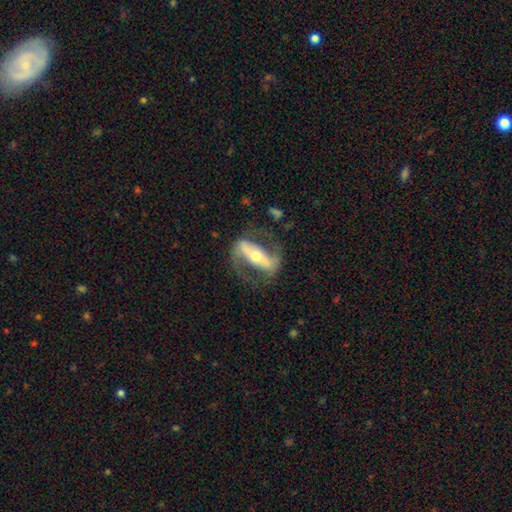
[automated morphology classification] Smooth or featured: featured or disk — 80% (smooth — 15%)
Edge-on disk: no — 79% (yes — 21%)
Bar: strong — 69% (no — 15%)
Spiral arms: yes — 74% (no — 26%)
Bulge size: moderate — 56% (small — 36%)
Merging: none — 67% (minor disturbance — 16%)